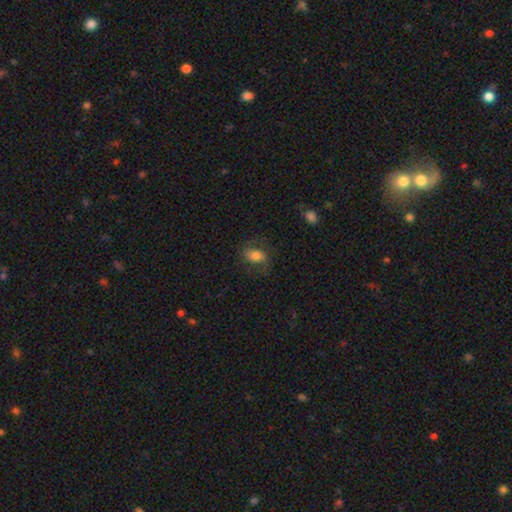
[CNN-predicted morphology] Overall: smooth (62%; featured or disk 29%). How rounded: in between (81%). Merging: none (67%).